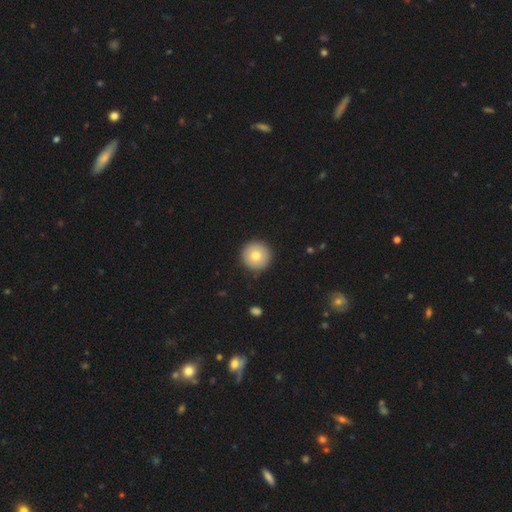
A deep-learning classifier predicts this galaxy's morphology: smooth_or_featured: smooth (p=0.77) [alt: featured or disk p=0.14]
how_rounded: round (p=0.96) [alt: in between p=0.03]
merging: none (p=0.92) [alt: minor disturbance p=0.05]